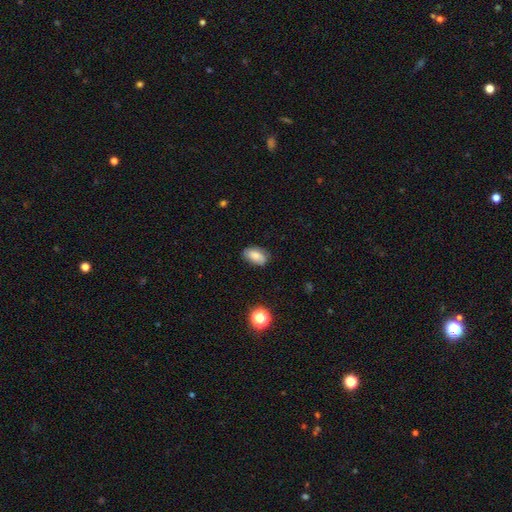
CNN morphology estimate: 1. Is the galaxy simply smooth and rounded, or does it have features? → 77% smooth, 14% featured or disk, 9% star or artifact.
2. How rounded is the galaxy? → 91% in between, 7% round, 2% cigar-shaped.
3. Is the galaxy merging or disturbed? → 75% none, 20% minor disturbance, 4% major disturbance, 1% merger.